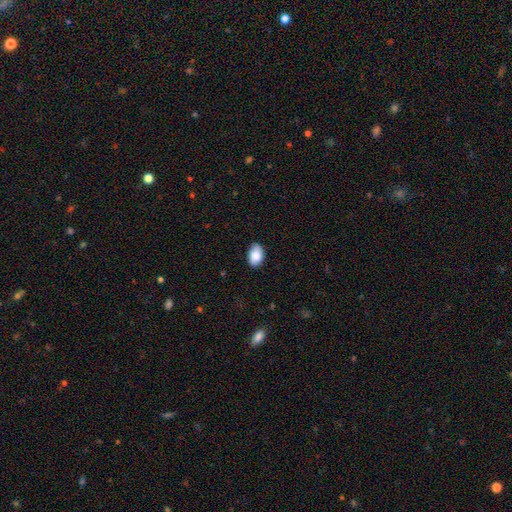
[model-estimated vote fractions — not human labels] This is clearly a smooth galaxy (86%). How rounded: clearly in between (91%). Merging: clearly none (83%).